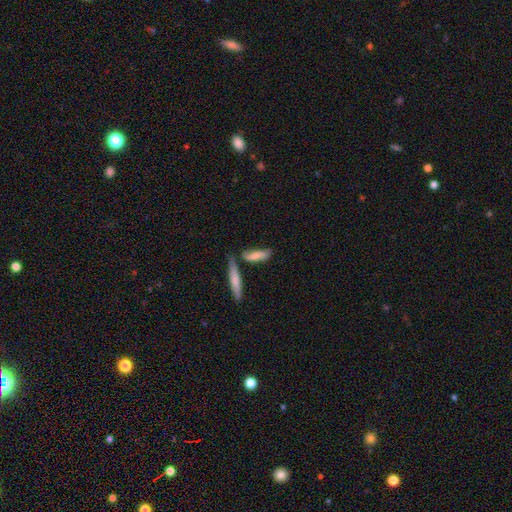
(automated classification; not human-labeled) Smooth or featured? smooth (70%)
How rounded? cigar-shaped (62%)
Merging? none (58%)